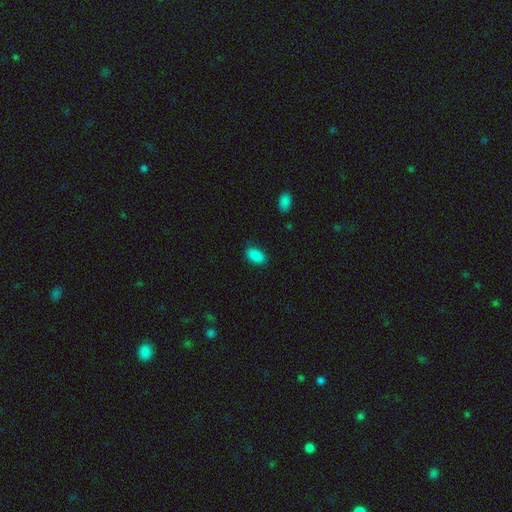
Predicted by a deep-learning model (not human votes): A smooth galaxy with no disk features (88%) that is in between round and cigar-shaped (93%).

Vote fractions:
- Smooth or featured? smooth: 88% / star or artifact: 8% / featured or disk: 4%
- How rounded? in between: 93% / round: 4% / cigar-shaped: 3%
- Merging? none: 84% / minor disturbance: 12% / major disturbance: 3% / merger: 1%